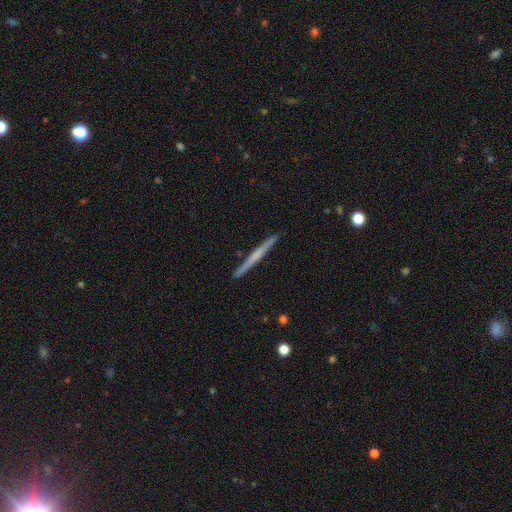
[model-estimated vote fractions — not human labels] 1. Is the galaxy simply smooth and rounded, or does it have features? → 55% featured or disk, 39% smooth, 5% star or artifact.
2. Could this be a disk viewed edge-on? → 98% yes, 2% no.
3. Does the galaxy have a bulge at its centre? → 66% none, 26% rounded, 8% boxy.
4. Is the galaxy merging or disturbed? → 92% none, 5% minor disturbance, 1% merger, 1% major disturbance.